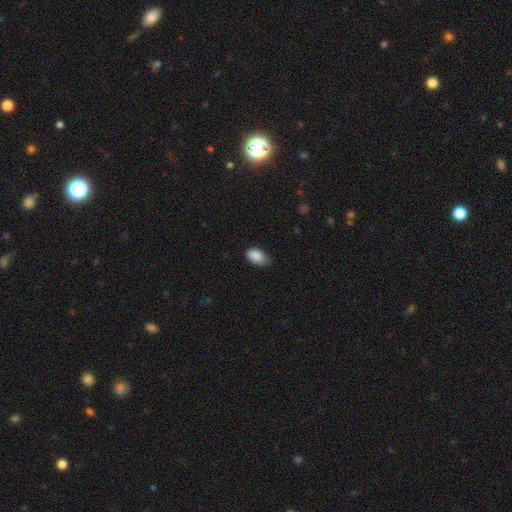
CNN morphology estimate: Overall: smooth (88%). How rounded: in between (92%). Merging: none (62%; minor disturbance 32%).